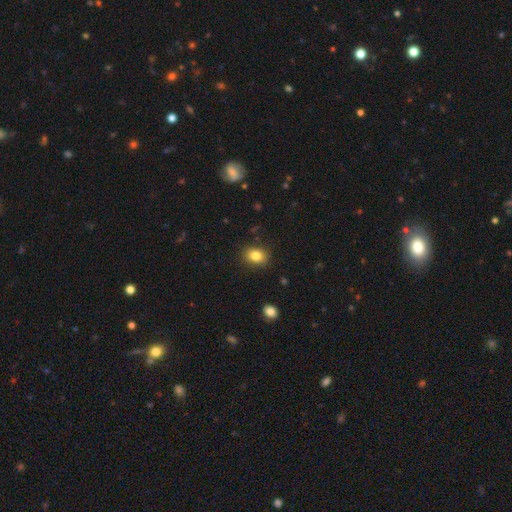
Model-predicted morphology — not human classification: Smooth or featured? smooth (83%)
How rounded? in between (61%)
Merging? none (88%)